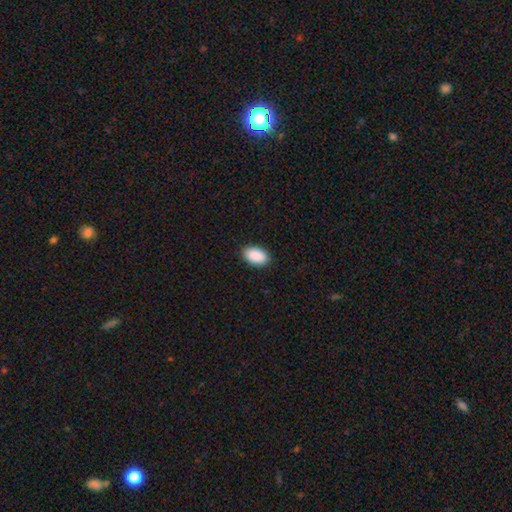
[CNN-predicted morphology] Overall: smooth (91%). How rounded: in between (94%). Merging: none (90%).